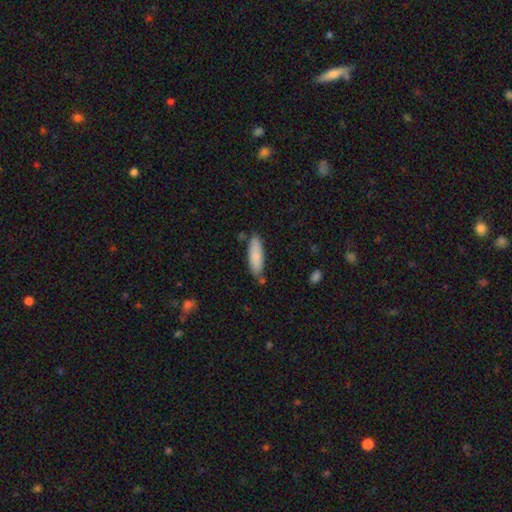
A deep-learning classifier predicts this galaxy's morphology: Smooth or featured?
  - smooth: 83% *
  - featured or disk: 11%
  - star or artifact: 6%
How rounded?
  - cigar-shaped: 56% *
  - in between: 43%
  - round: 1%
Merging?
  - none: 77% *
  - minor disturbance: 16%
  - merger: 4%
  - major disturbance: 3%